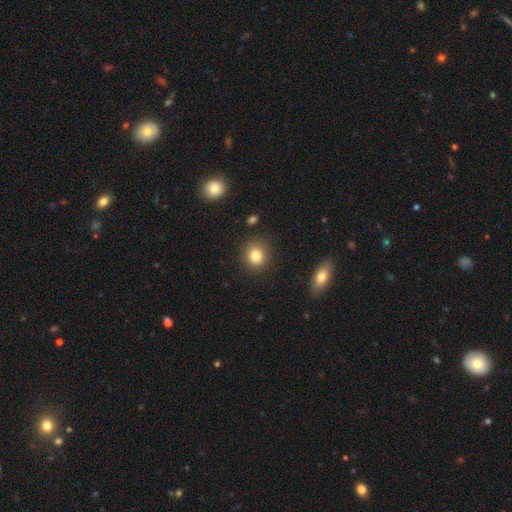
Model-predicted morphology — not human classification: type=smooth (83%); roundness=round (76%); merging=none (86%).